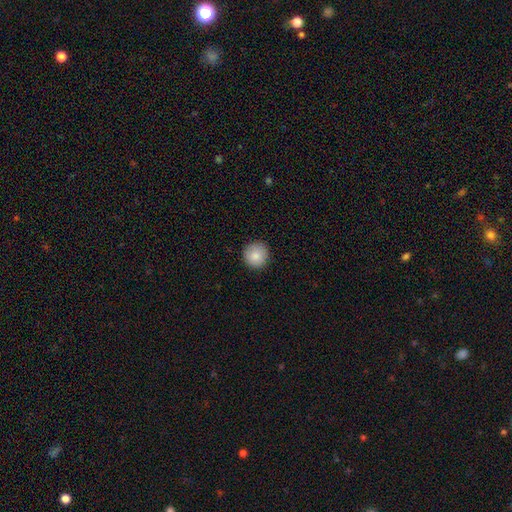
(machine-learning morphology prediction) smooth-or-featured: smooth: 87% | star or artifact: 8% | featured or disk: 5%
  how-rounded: round: 95% | in between: 4% | cigar-shaped: 1%
  merging: none: 91% | minor disturbance: 7% | major disturbance: 2% | merger: 1%